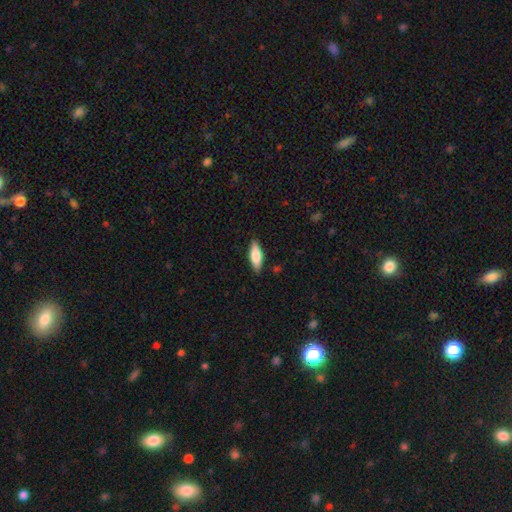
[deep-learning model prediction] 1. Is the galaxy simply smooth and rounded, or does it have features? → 77% smooth, 18% featured or disk, 6% star or artifact.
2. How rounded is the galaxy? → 64% in between, 34% cigar-shaped, 2% round.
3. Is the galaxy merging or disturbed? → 86% none, 11% minor disturbance, 2% major disturbance, 1% merger.